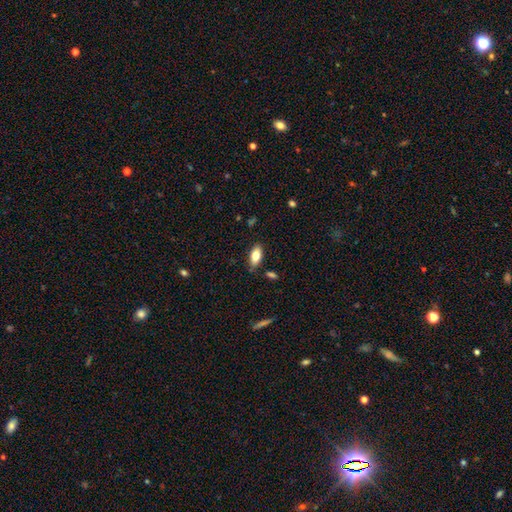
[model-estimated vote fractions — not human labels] This is likely a smooth galaxy (79%). How rounded: clearly in between (88%). Merging: clearly none (83%).